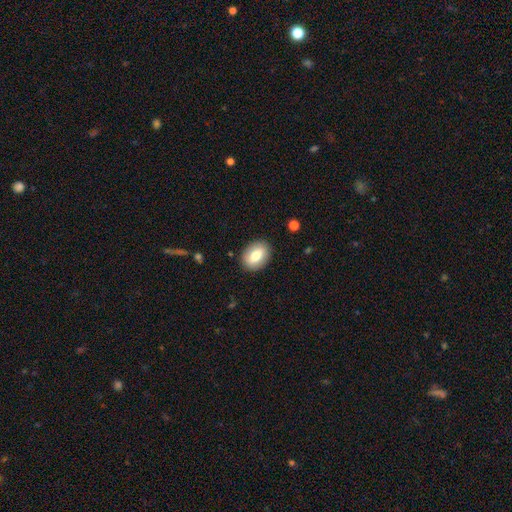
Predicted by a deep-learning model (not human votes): smooth_or_featured: smooth (p=0.76) [alt: featured or disk p=0.17]
how_rounded: in between (p=0.77) [alt: round p=0.21]
merging: none (p=0.88) [alt: minor disturbance p=0.09]